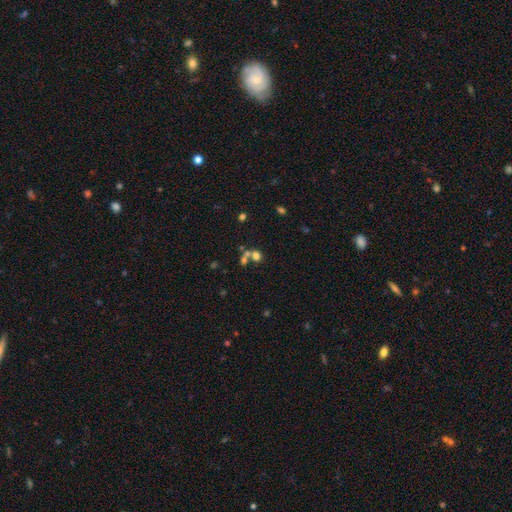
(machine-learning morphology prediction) smooth-or-featured: smooth: 63% | star or artifact: 22% | featured or disk: 15%
  how-rounded: round: 72% | in between: 26% | cigar-shaped: 1%
  merging: none: 45% | merger: 43% | minor disturbance: 7% | major disturbance: 5%